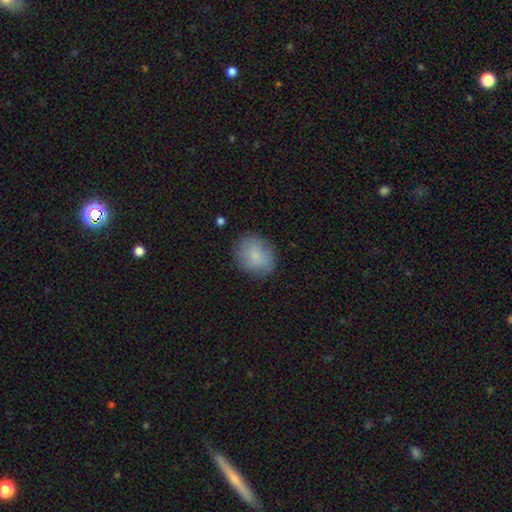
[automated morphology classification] smooth_or_featured: smooth (p=0.81) [alt: featured or disk p=0.12]
how_rounded: round (p=0.63) [alt: in between p=0.36]
merging: none (p=0.78) [alt: minor disturbance p=0.17]